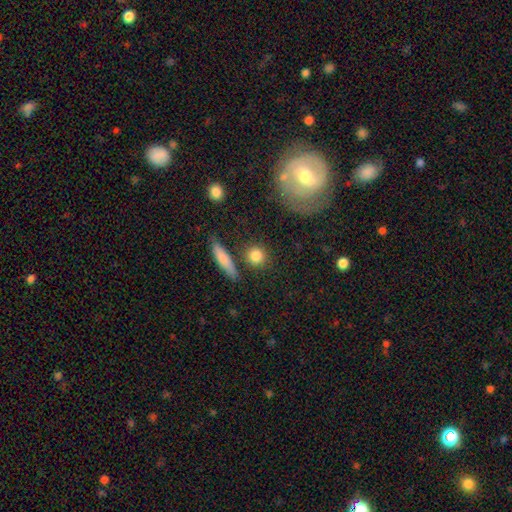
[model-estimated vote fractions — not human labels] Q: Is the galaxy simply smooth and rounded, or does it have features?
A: smooth — 84%.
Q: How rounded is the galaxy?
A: round — 83%.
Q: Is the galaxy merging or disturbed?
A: none — 83%.